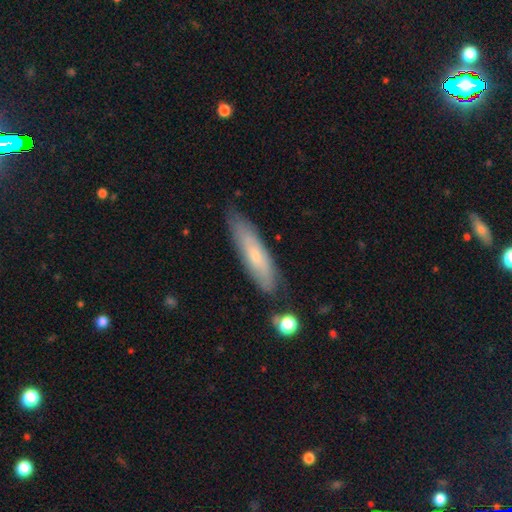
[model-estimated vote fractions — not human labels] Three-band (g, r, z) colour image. It shows a smooth galaxy with no disk features (55%) that is cigar-shaped (71%). Merging: none (77%).